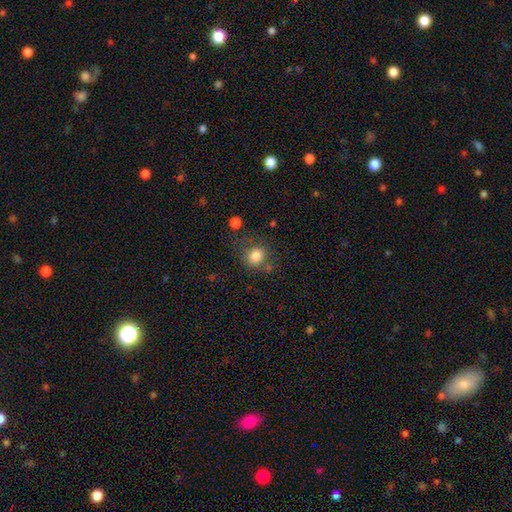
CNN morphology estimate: This is clearly a smooth galaxy (82%). How rounded: likely round (75%). Merging: likely none (67%).